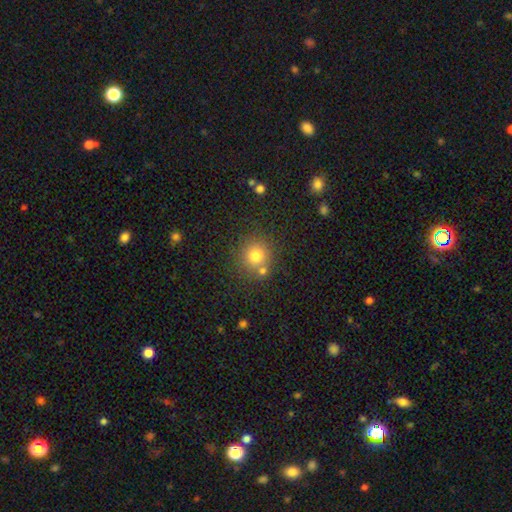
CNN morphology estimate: Smooth or featured? Predicted: smooth (p=0.77). How rounded? Predicted: round (p=0.90). Merging? Predicted: none (p=0.73).